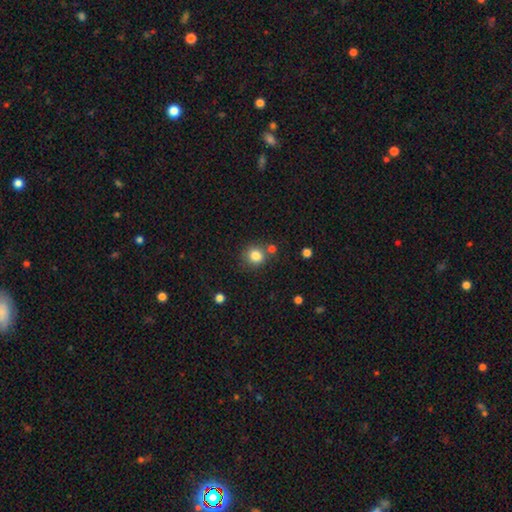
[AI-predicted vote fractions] This appears to be a smooth galaxy with no disk features (83%) that is round (88%). Merging: none (75%).